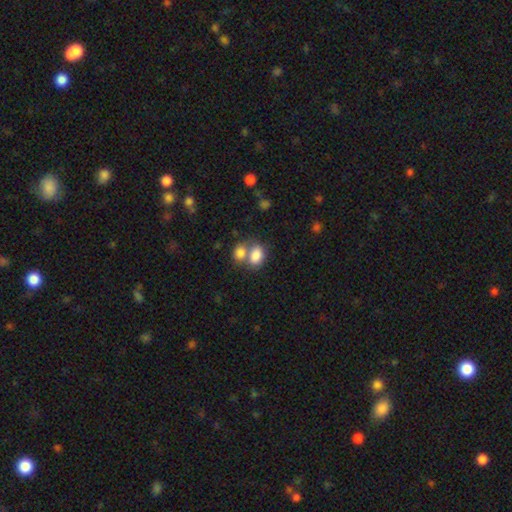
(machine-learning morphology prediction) smooth-or-featured: smooth: 82% | featured or disk: 9% | star or artifact: 9%
  how-rounded: in between: 79% | round: 20% | cigar-shaped: 1%
  merging: merger: 54% | none: 32% | minor disturbance: 9% | major disturbance: 4%